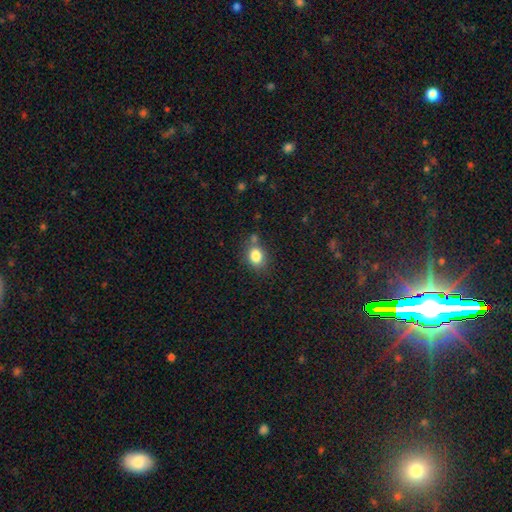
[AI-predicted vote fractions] Morphology: type=smooth (83%); roundness=round (50%); merging=none (65%).